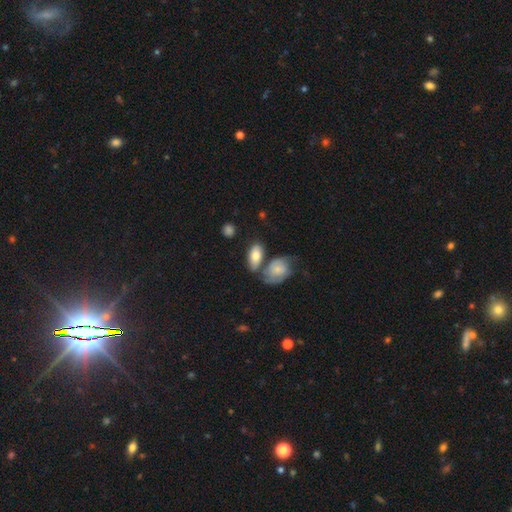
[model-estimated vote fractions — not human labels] smooth_or_featured: smooth (p=0.74) [alt: featured or disk p=0.20]
how_rounded: in between (p=0.88) [alt: round p=0.07]
merging: none (p=0.52) [alt: merger p=0.24]